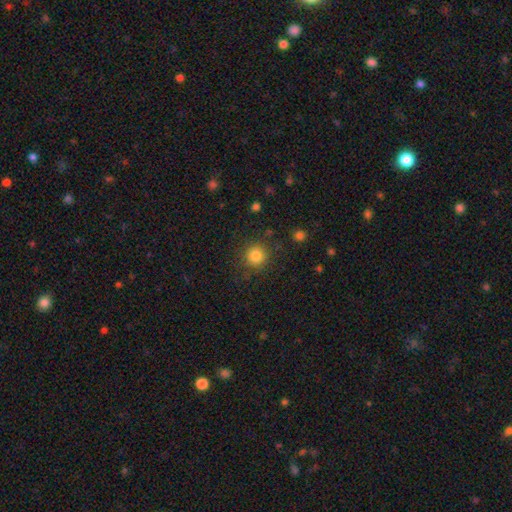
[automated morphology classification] smooth 83%, star or artifact 12%, featured or disk 5%. Down the decision tree: how rounded — round (94%); merging — none (87%).